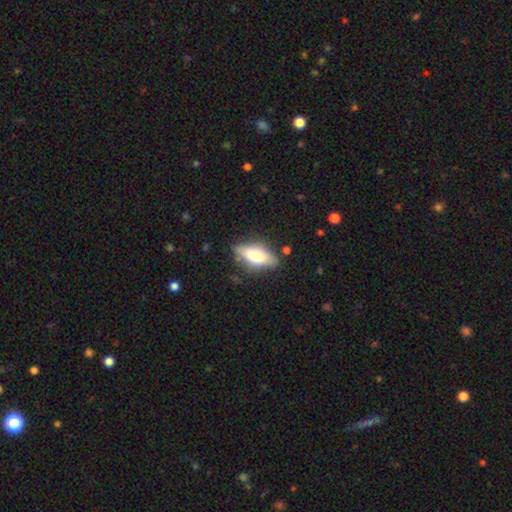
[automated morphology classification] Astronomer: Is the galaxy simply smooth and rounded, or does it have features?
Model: smooth — 65%.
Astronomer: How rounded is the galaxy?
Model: in between — 74%.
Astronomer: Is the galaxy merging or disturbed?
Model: none — 74%.